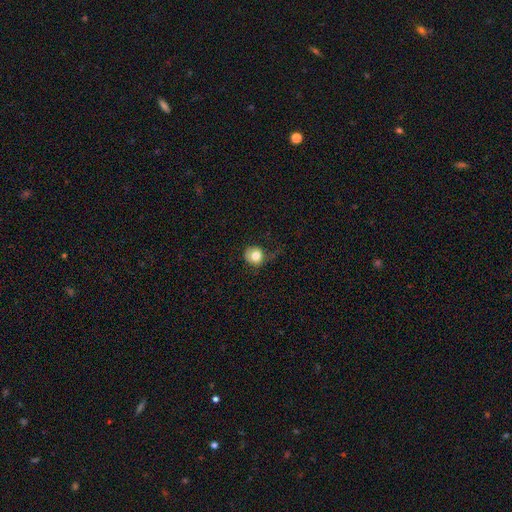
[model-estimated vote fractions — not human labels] smooth-or-featured: smooth: 80% | featured or disk: 11% | star or artifact: 10%
  how-rounded: round: 82% | in between: 17% | cigar-shaped: 1%
  merging: none: 53% | minor disturbance: 27% | major disturbance: 18% | merger: 2%